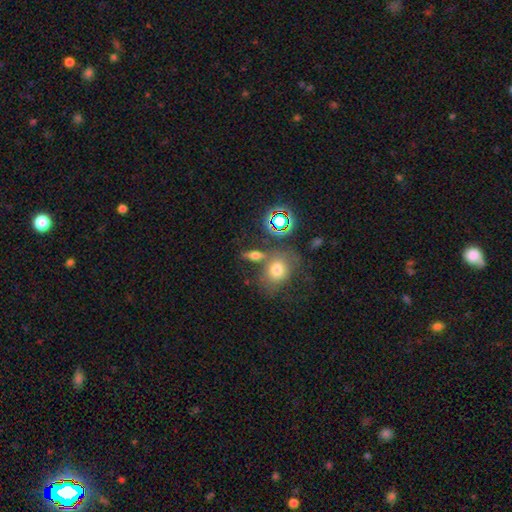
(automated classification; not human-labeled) Morphology: type=smooth (56%); roundness=in between (51%); merging=none (56%).